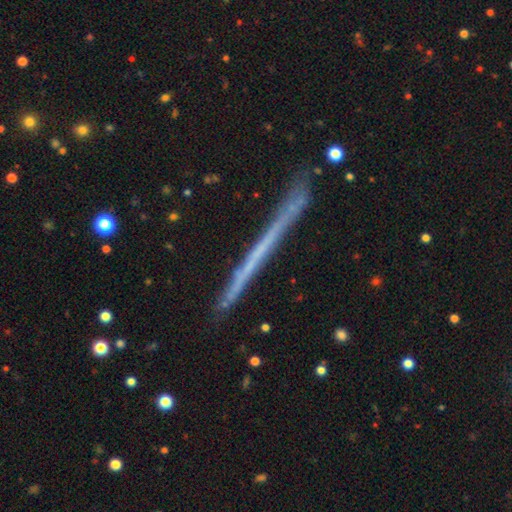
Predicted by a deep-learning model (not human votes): Smooth or featured? featured or disk (60%)
Edge-on disk? yes (96%)
Edge-on bulge? none (91%)
Merging? none (83%)